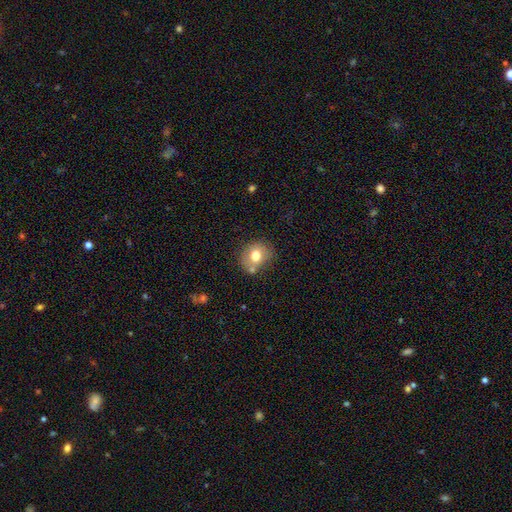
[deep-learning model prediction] Smooth or featured: smooth — 73% (featured or disk — 17%)
How rounded: round — 69% (in between — 30%)
Merging: none — 65% (minor disturbance — 17%)